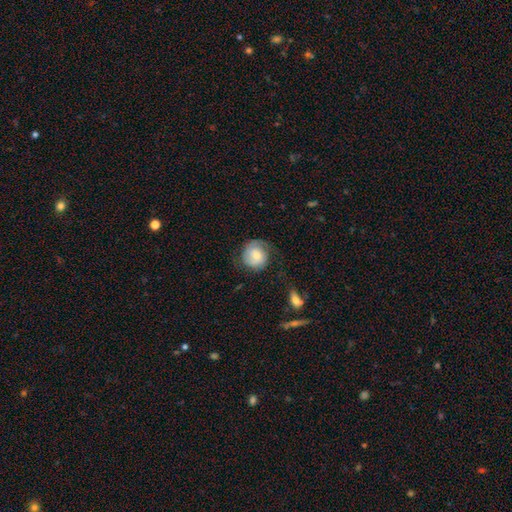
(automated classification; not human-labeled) smooth_or_featured: smooth (p=0.50) [alt: featured or disk p=0.43]
merging: none (p=0.63) [alt: minor disturbance p=0.24]